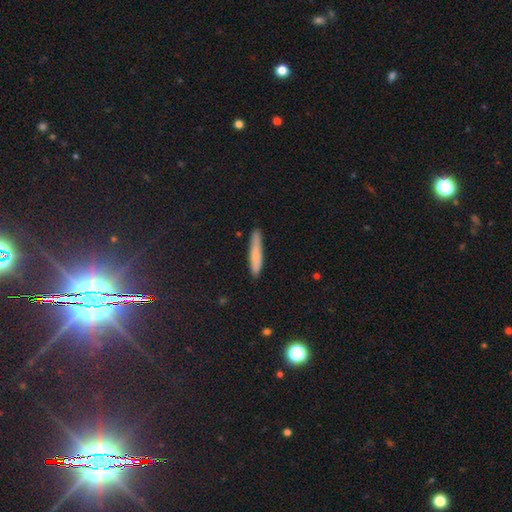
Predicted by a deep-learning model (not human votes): A smooth galaxy with no disk features (72%) that is cigar-shaped (92%). Merging: none (85%).